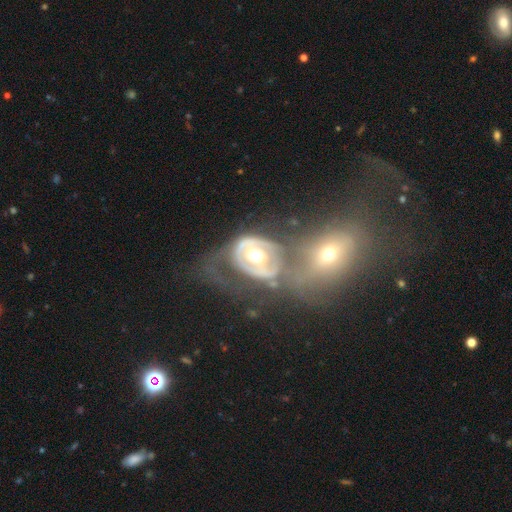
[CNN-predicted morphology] Q: Smooth or featured?
A: featured or disk (74%); runner-up: smooth (19%)
Q: Edge-on disk?
A: no (95%); runner-up: yes (5%)
Q: Bar?
A: no (63%); runner-up: weak (21%)
Q: Spiral arms?
A: no (57%); runner-up: yes (43%)
Q: Bulge size?
A: moderate (73%); runner-up: large (16%)
Q: Merging?
A: merger (42%); runner-up: none (25%)